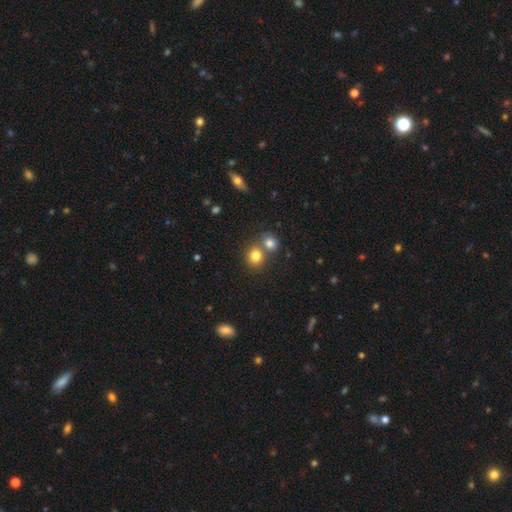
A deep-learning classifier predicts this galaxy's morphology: This is likely a smooth galaxy (80%). How rounded: likely round (76%). Merging: possibly none (52%).